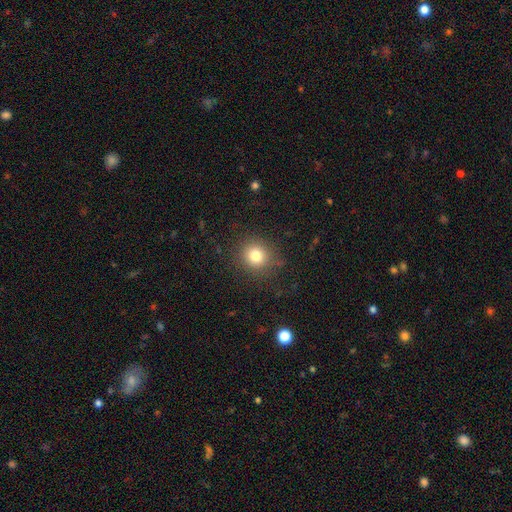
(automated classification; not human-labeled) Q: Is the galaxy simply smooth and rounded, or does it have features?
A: smooth — 79%.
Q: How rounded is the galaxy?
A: round — 89%.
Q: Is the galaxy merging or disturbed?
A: none — 87%.